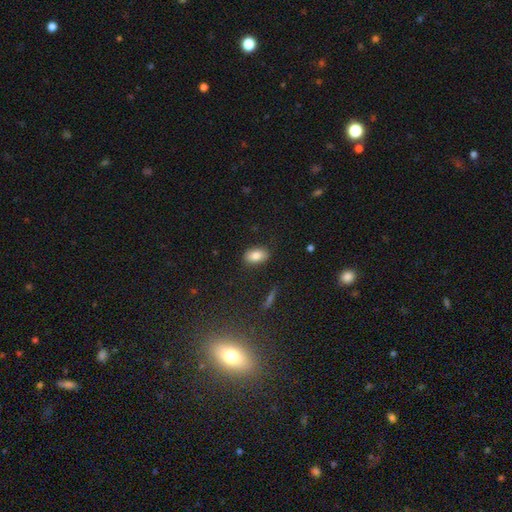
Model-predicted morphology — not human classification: Smooth or featured? smooth (84%)
How rounded? in between (90%)
Merging? none (86%)